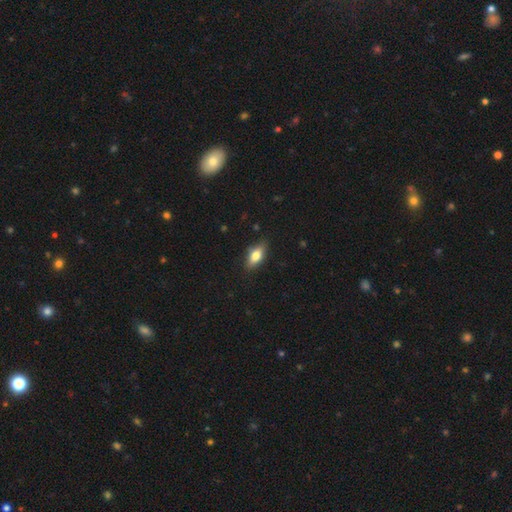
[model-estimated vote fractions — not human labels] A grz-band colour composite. It shows a smooth galaxy with no disk features (71%) that is in between round and cigar-shaped (81%). Merging: none (84%).